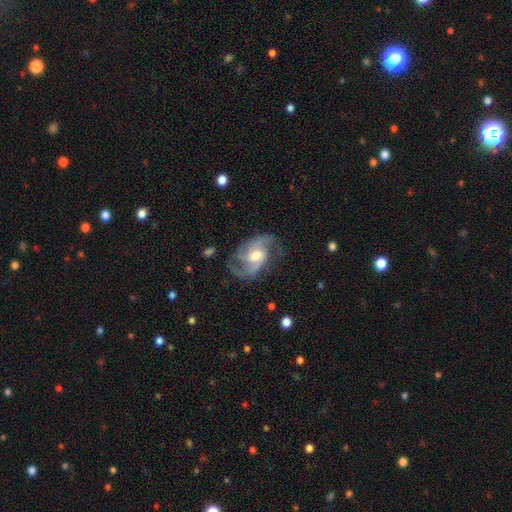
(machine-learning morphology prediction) This is clearly a featured or disk galaxy (88%). It is clearly not viewed edge-on (97%). Bar: possibly no (46%). Spiral arm pattern: clearly yes (97%). Spiral arm count: likely 2 (63%). Spiral winding: possibly medium (53%). Central bulge: likely moderate (66%). Merging: likely none (69%).